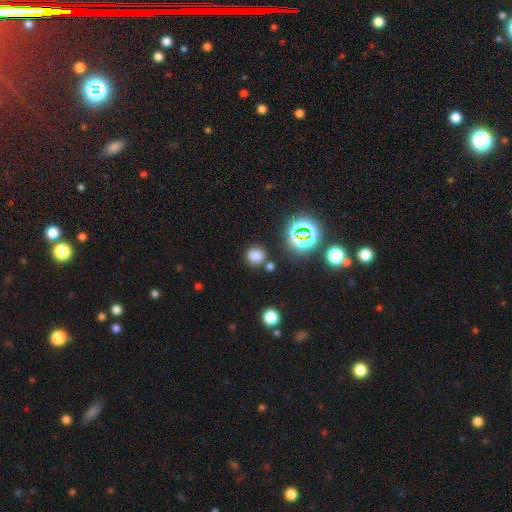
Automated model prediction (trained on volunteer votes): Morphology: type=smooth (73%); roundness=round (82%); merging=none (78%).